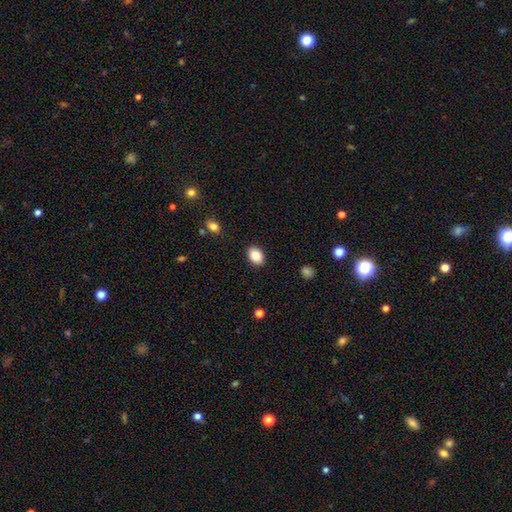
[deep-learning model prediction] smooth 86%, star or artifact 8%, featured or disk 6%. Down the decision tree: how rounded — in between (79%); merging — none (89%).